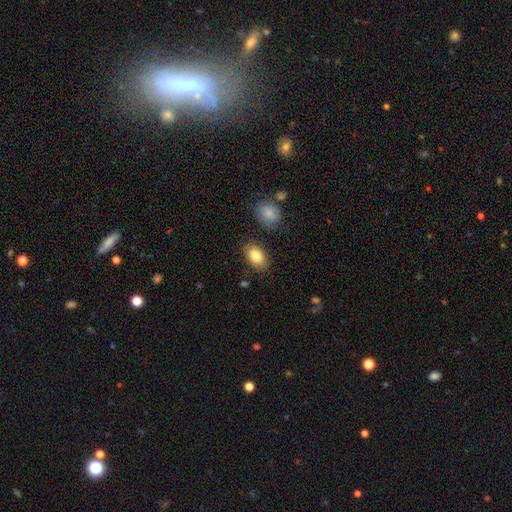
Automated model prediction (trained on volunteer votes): The model was most divided on "merging": none: 84%, minor disturbance: 11%, major disturbance: 3%, merger: 2%. More confident: how rounded — in between (88%); smooth or featured — smooth (84%).